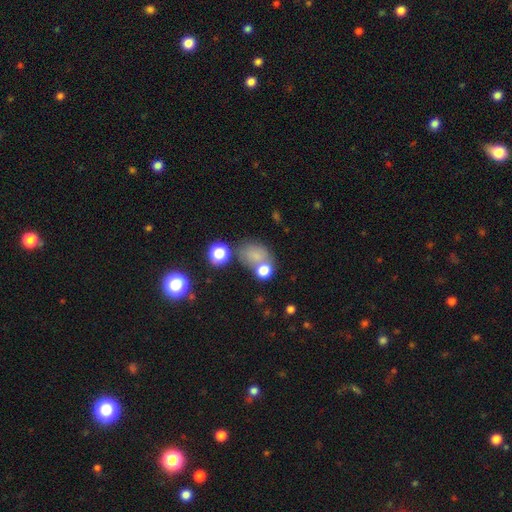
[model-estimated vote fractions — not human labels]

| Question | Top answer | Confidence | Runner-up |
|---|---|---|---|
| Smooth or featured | smooth | 69% | star or artifact (19%) |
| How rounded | in between | 57% | round (42%) |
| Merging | none | 51% | merger (23%) |